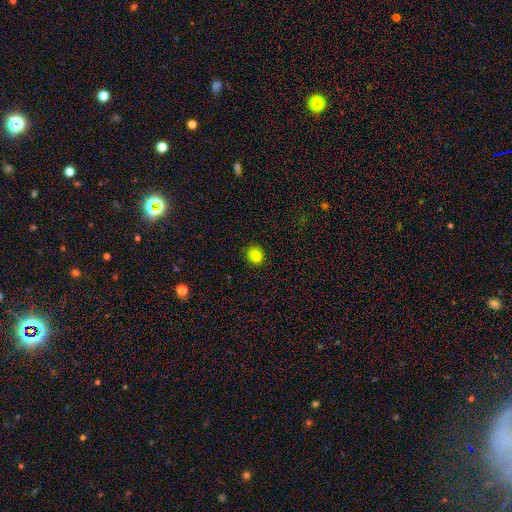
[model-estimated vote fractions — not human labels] A smooth galaxy with no disk features (84%) that is round (76%).

Vote fractions:
- Smooth or featured? smooth: 84% / star or artifact: 12% / featured or disk: 5%
- How rounded? round: 76% / in between: 24% / cigar-shaped: 1%
- Merging? none: 90% / minor disturbance: 7% / major disturbance: 2% / merger: 1%